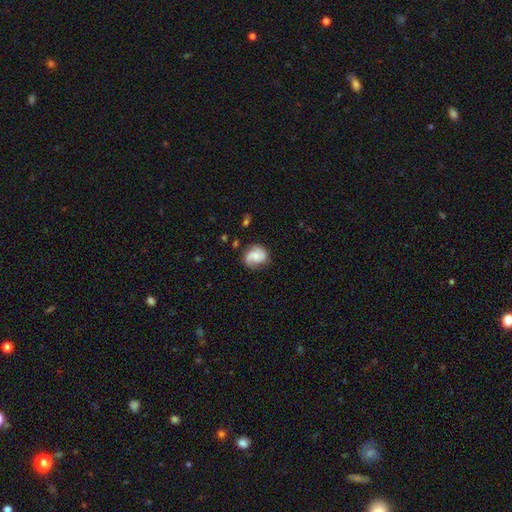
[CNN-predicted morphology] This appears to be a featured or disk galaxy (62%) with no bar (62%), 2 (69%) medium (44%) spiral arms (93%) and a small central bulge (38%). Merging: none (67%).